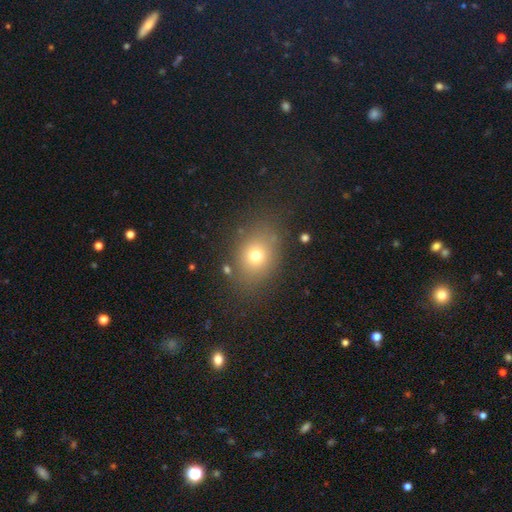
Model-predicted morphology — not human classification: Q: Smooth or featured?
A: smooth (71%); runner-up: star or artifact (16%)
Q: How rounded?
A: in between (52%); runner-up: round (47%)
Q: Merging?
A: none (80%); runner-up: minor disturbance (12%)